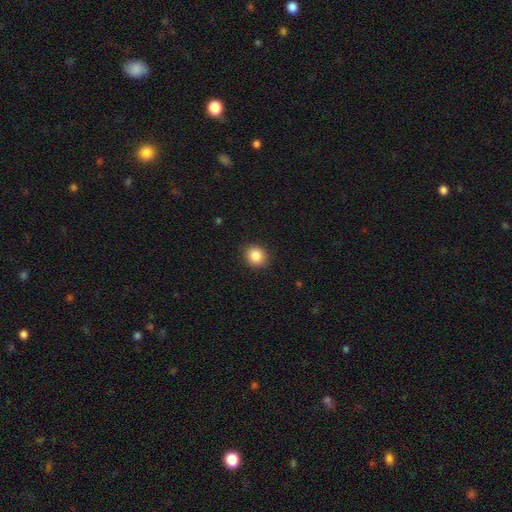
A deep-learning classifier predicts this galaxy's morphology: Smooth or featured? smooth (86%)
How rounded? round (74%)
Merging? none (90%)